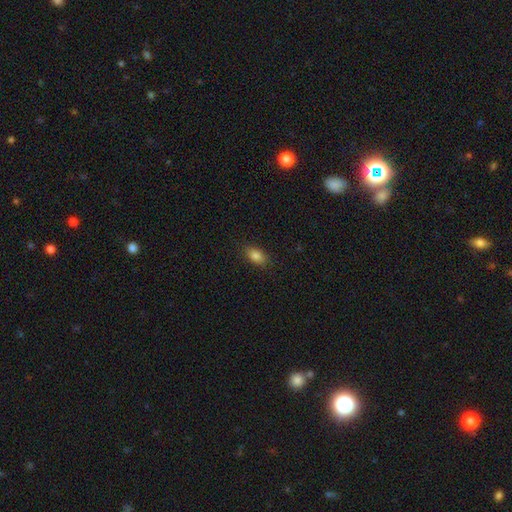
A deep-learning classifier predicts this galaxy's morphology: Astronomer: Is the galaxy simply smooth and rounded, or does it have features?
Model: smooth — 83%.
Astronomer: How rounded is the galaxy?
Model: in between — 86%.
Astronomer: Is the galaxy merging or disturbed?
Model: none — 86%.